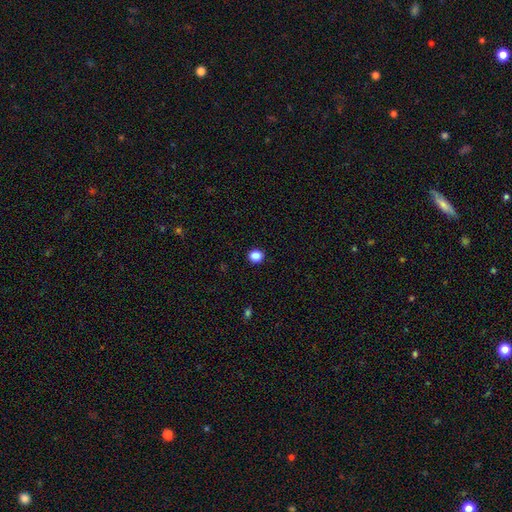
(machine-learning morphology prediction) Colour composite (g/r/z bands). It shows a smooth galaxy with no disk features (86%) that is round (80%). Merging: none (92%).